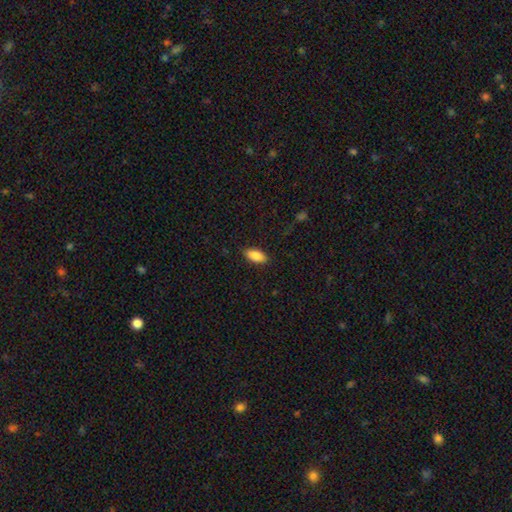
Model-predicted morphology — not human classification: This is clearly a smooth galaxy (87%). How rounded: clearly in between (90%). Merging: clearly none (87%).